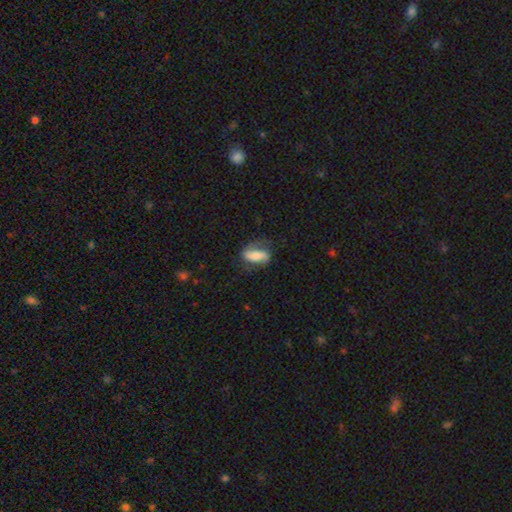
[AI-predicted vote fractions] smooth_or_featured: smooth (p=0.48) [alt: featured or disk p=0.45]
merging: none (p=0.65) [alt: minor disturbance p=0.22]